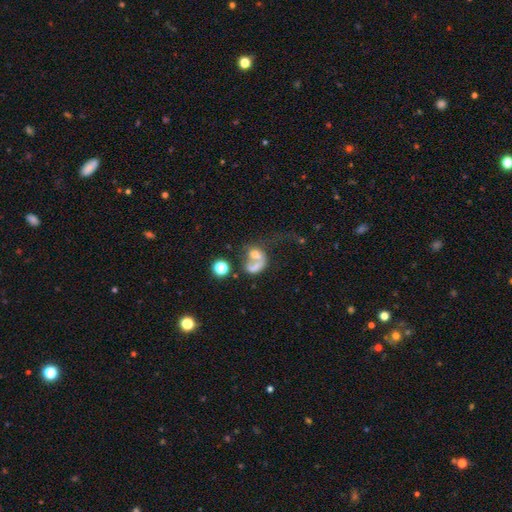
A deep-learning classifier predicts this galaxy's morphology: smooth-or-featured: smooth: 43% | featured or disk: 41% | star or artifact: 16%
  merging: merger: 53% | major disturbance: 23% | none: 16% | minor disturbance: 8%